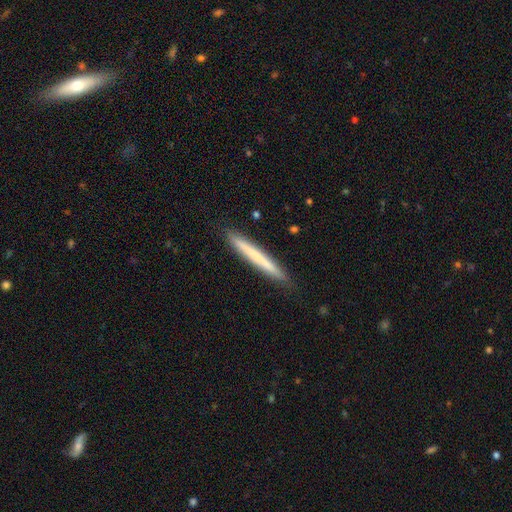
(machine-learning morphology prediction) This appears to be a smooth galaxy with no disk features (64%) that is cigar-shaped (97%). Merging: none (90%).